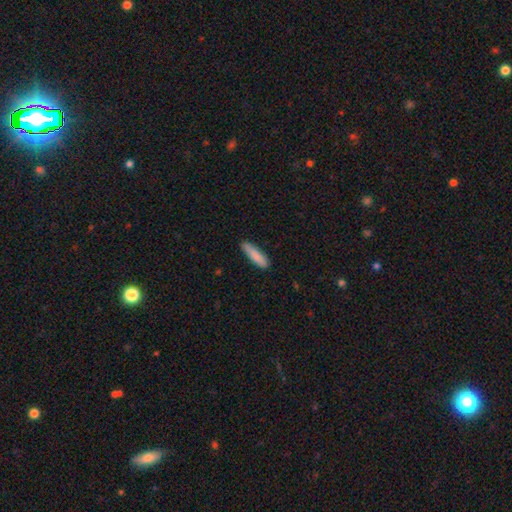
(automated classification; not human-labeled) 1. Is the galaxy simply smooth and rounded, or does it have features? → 86% smooth, 9% featured or disk, 6% star or artifact.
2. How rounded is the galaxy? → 77% cigar-shaped, 22% in between, 1% round.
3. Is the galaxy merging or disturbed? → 83% none, 14% minor disturbance, 2% major disturbance, 1% merger.